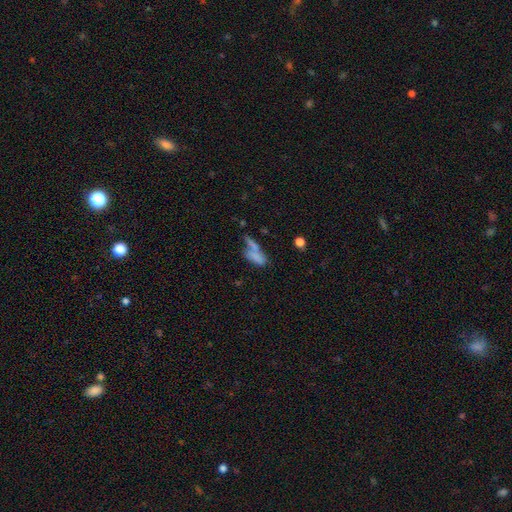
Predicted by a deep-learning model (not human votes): smooth_or_featured: smooth (p=0.68) [alt: featured or disk p=0.20]
how_rounded: in between (p=0.58) [alt: cigar-shaped p=0.37]
merging: merger (p=0.43) [alt: none p=0.31]